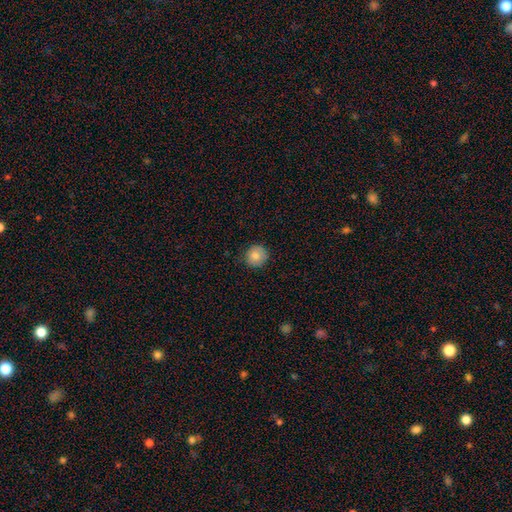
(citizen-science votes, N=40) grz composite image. It shows a smooth galaxy with no disk features (85%) that is round (94%). Merging: none (97%).